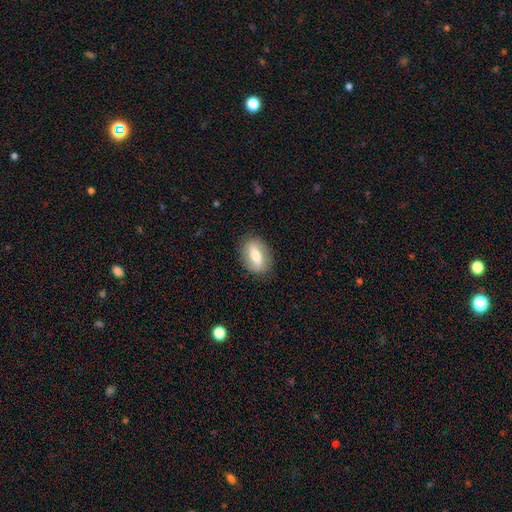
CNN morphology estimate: Overall: smooth (61%; featured or disk 32%). How rounded: in between (81%). Merging: none (85%).